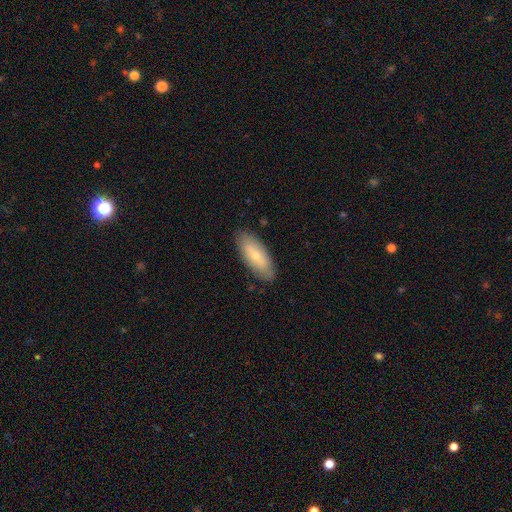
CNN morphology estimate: Smooth or featured: smooth — 66% (featured or disk — 28%)
How rounded: in between — 75% (cigar-shaped — 22%)
Merging: none — 86% (minor disturbance — 11%)